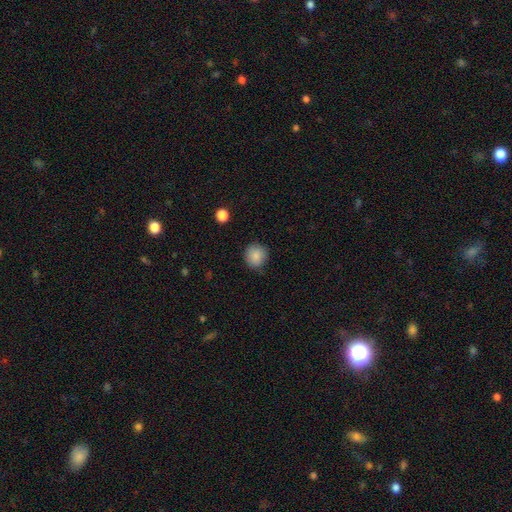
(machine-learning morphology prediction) smooth_or_featured: smooth (p=0.86) [alt: star or artifact p=0.08]
how_rounded: round (p=0.90) [alt: in between p=0.09]
merging: none (p=0.86) [alt: minor disturbance p=0.11]